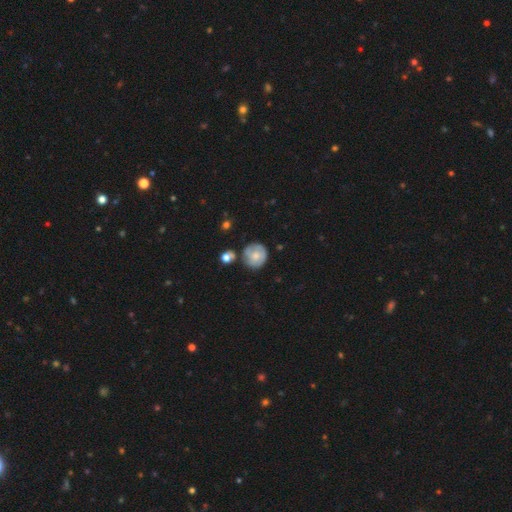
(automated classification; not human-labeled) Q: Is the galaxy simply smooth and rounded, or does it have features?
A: smooth — 57%.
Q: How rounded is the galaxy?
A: round — 88%.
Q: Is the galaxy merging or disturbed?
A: none — 66%.